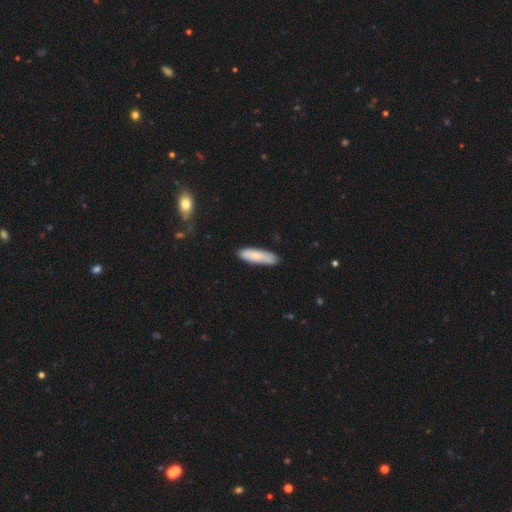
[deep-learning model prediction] Smooth or featured?
  - smooth: 75% *
  - featured or disk: 19%
  - star or artifact: 6%
How rounded?
  - cigar-shaped: 67% *
  - in between: 32%
  - round: 2%
Merging?
  - none: 81% *
  - minor disturbance: 15%
  - major disturbance: 2%
  - merger: 2%